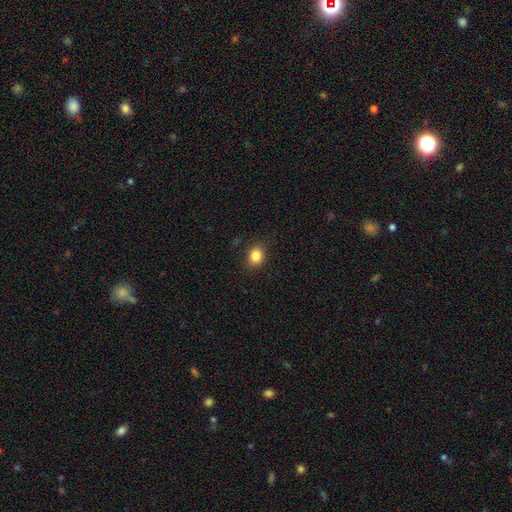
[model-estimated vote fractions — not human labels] This is clearly a smooth galaxy (84%). How rounded: possibly round (58%). Merging: clearly none (87%).